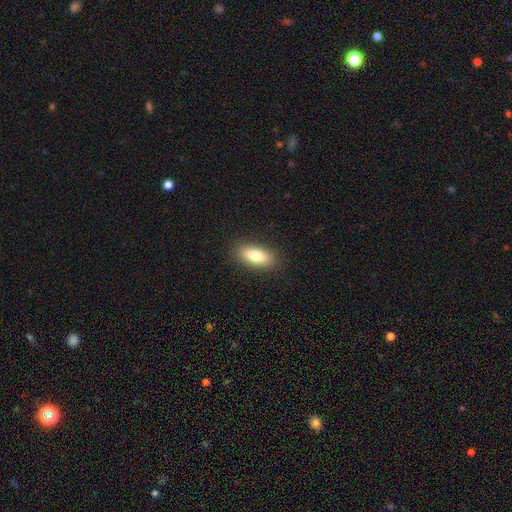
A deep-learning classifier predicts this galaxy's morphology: This is likely a smooth galaxy (79%). How rounded: likely in between (79%). Merging: clearly none (88%).